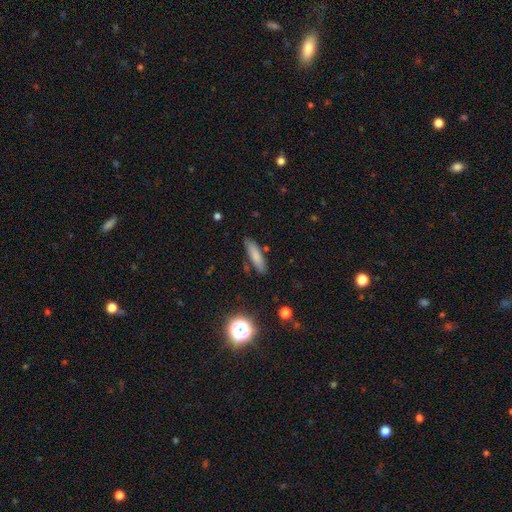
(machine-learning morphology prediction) Smooth or featured?
  - smooth: 80% *
  - featured or disk: 12%
  - star or artifact: 9%
How rounded?
  - cigar-shaped: 63% *
  - in between: 35%
  - round: 2%
Merging?
  - none: 83% *
  - minor disturbance: 11%
  - merger: 3%
  - major disturbance: 2%